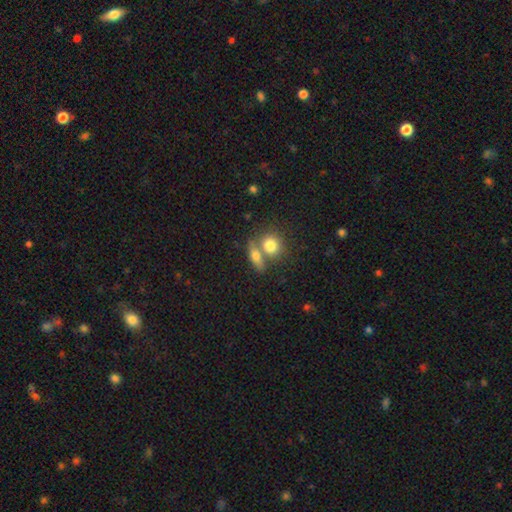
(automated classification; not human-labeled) Smooth or featured? Predicted: smooth (p=0.70). How rounded? Predicted: in between (p=0.52). Merging? Predicted: none (p=0.47).